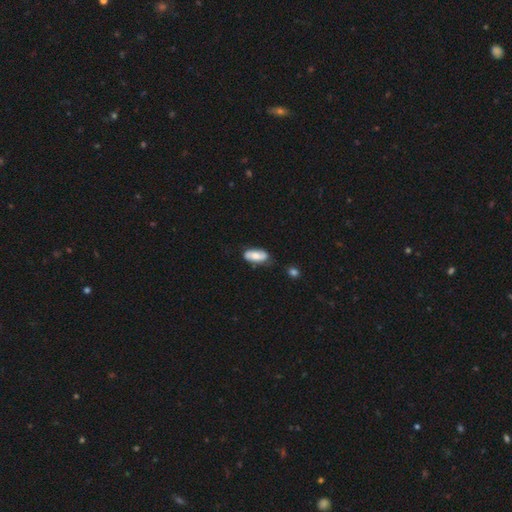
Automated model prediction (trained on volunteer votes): Overall: smooth (60%; featured or disk 34%). How rounded: in between (87%). Merging: none (70%).